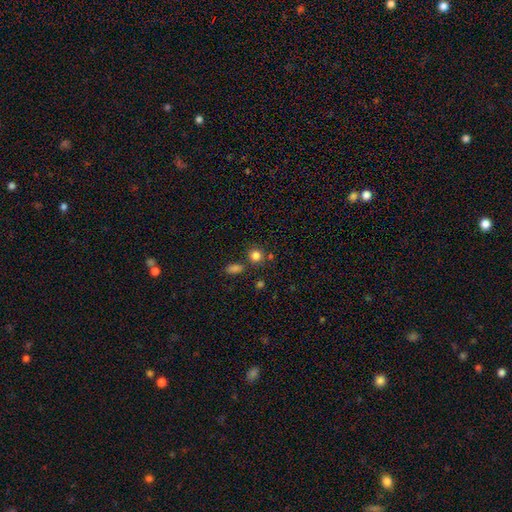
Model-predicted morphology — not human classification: Overall: smooth (82%). How rounded: round (85%). Merging: none (73%).